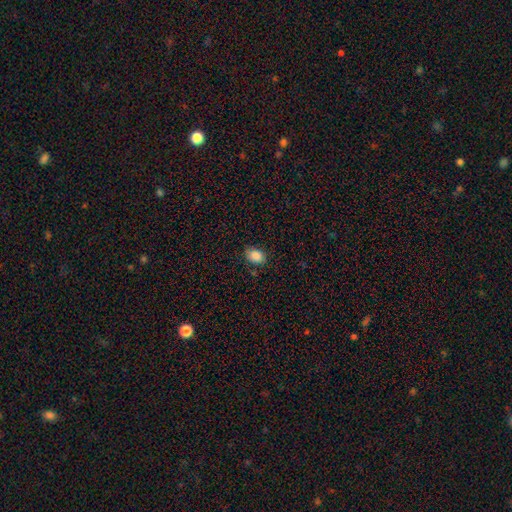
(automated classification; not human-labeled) Smooth or featured?
  - smooth: 86% *
  - star or artifact: 9%
  - featured or disk: 5%
How rounded?
  - in between: 70% *
  - round: 29%
  - cigar-shaped: 1%
Merging?
  - none: 79% *
  - minor disturbance: 16%
  - major disturbance: 3%
  - merger: 2%